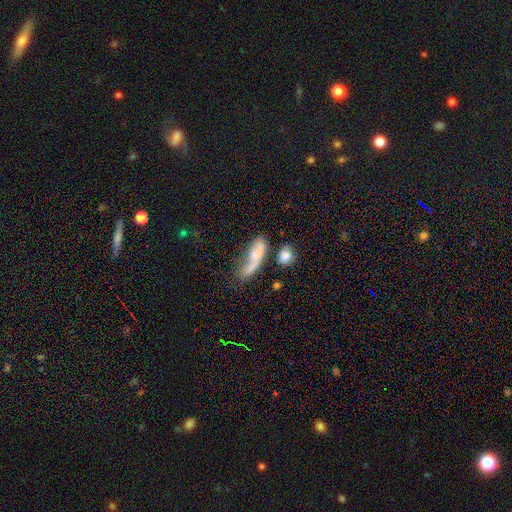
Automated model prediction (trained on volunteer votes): A smooth galaxy with no disk features (58%) that is cigar-shaped (49%).

Vote fractions:
- Smooth or featured? smooth: 58% / featured or disk: 32% / star or artifact: 10%
- How rounded? cigar-shaped: 49% / in between: 45% / round: 6%
- Merging? none: 31% / major disturbance: 24% / merger: 23% / minor disturbance: 22%